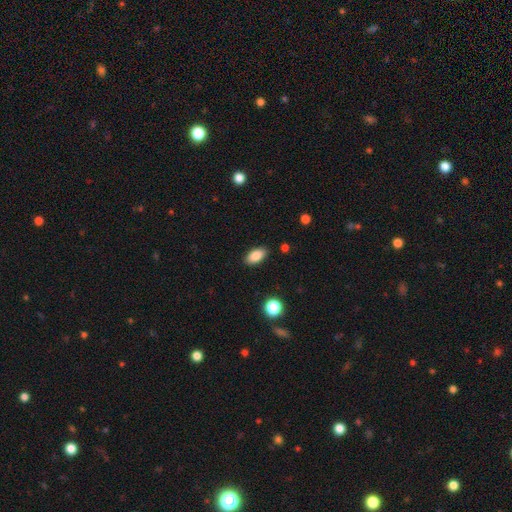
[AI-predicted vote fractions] A smooth galaxy with no disk features (86%) that is in between round and cigar-shaped (92%).

Vote fractions:
- Smooth or featured? smooth: 86% / star or artifact: 8% / featured or disk: 6%
- How rounded? in between: 92% / cigar-shaped: 5% / round: 4%
- Merging? none: 88% / minor disturbance: 9% / major disturbance: 2% / merger: 1%